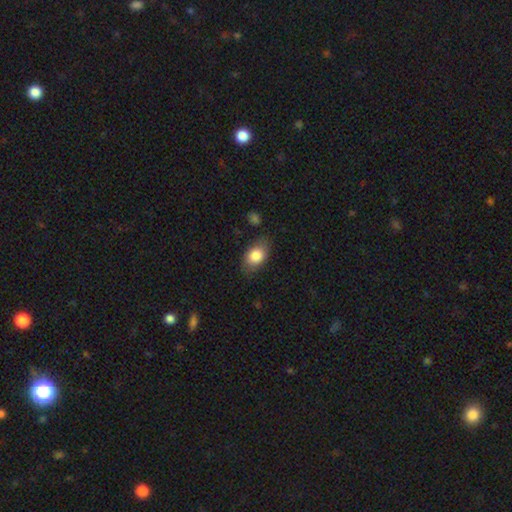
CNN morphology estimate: smooth-or-featured: smooth: 81% | featured or disk: 12% | star or artifact: 7%
  how-rounded: in between: 87% | round: 11% | cigar-shaped: 2%
  merging: none: 77% | minor disturbance: 16% | major disturbance: 4% | merger: 2%